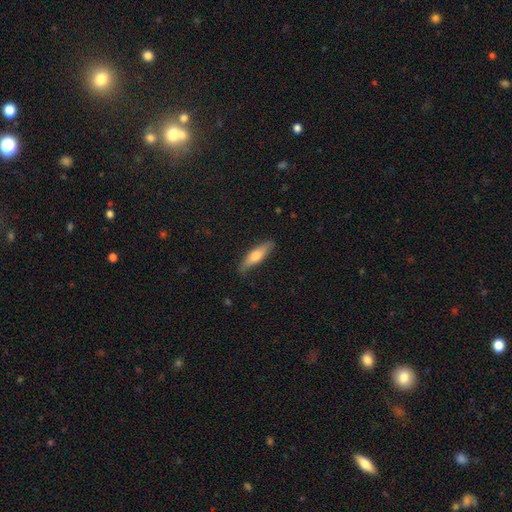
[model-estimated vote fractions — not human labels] Overall: smooth (60%; featured or disk 35%). How rounded: cigar-shaped (68%; in between 30%). Merging: none (80%).